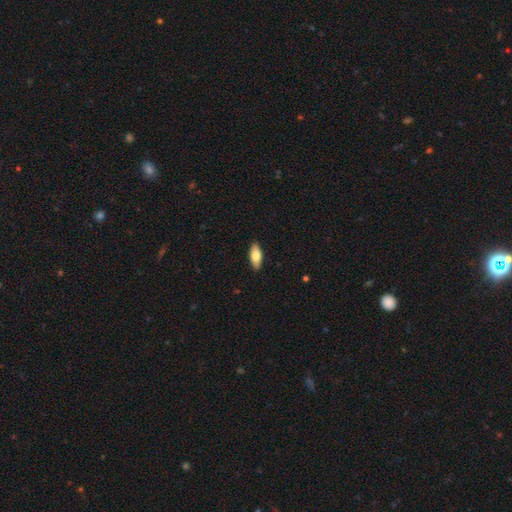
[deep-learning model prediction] Overall: smooth (75%). How rounded: in between (81%). Merging: none (90%).